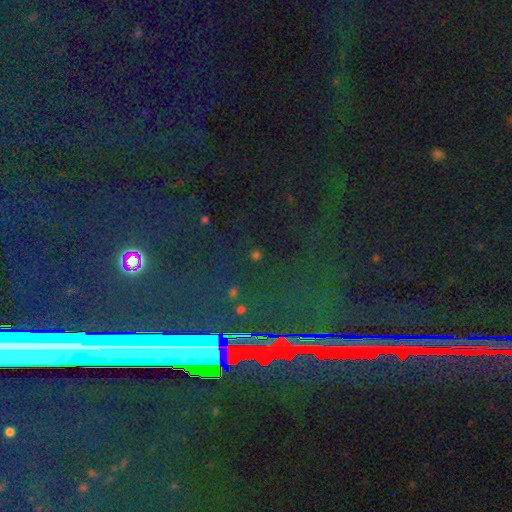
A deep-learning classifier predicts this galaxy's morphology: type=star or artifact (74%).